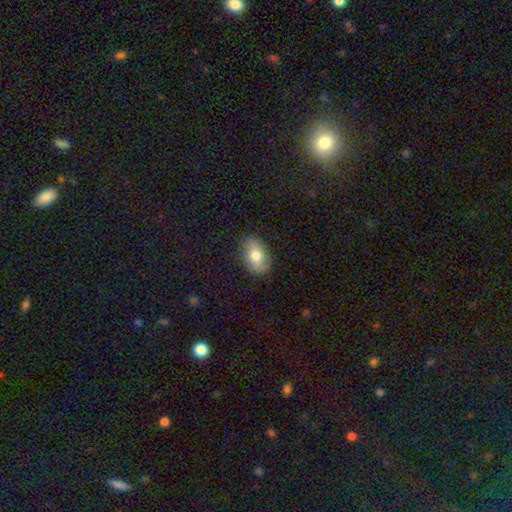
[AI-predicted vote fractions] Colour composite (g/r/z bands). It shows a smooth galaxy with no disk features (69%) that is in between round and cigar-shaped (88%). Merging: none (85%).